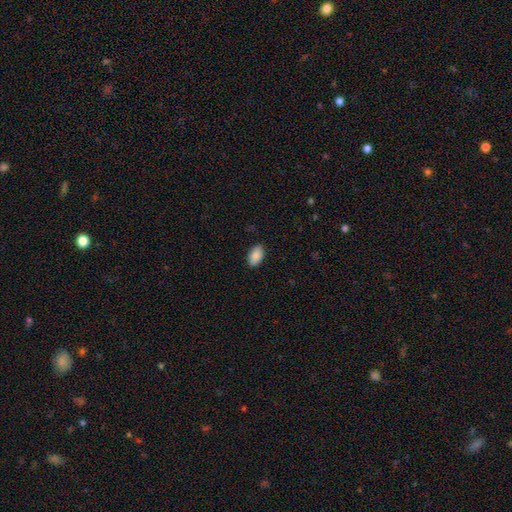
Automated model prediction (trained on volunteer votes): Smooth or featured? smooth (89%)
How rounded? in between (94%)
Merging? none (89%)